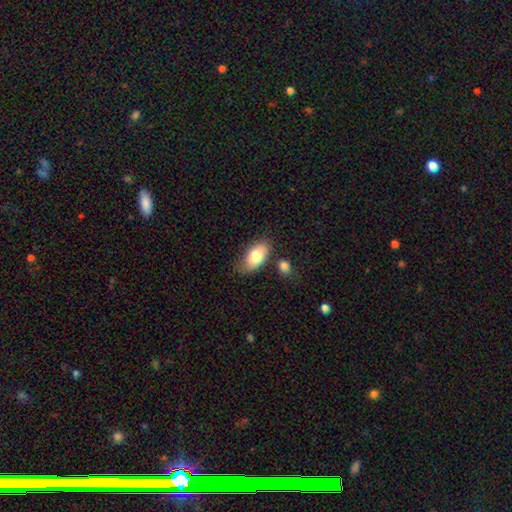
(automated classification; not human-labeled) Smooth or featured: smooth — 78% (featured or disk — 16%)
How rounded: in between — 92% (round — 4%)
Merging: none — 70% (minor disturbance — 18%)